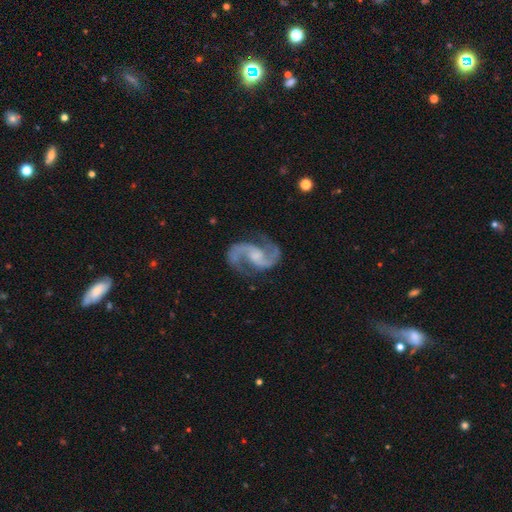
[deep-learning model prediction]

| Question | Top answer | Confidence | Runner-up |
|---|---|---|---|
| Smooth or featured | featured or disk | 93% | star or artifact (4%) |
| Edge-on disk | no | 98% | yes (2%) |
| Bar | no | 44% | weak (42%) |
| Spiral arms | yes | 98% | no (2%) |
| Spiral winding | medium | 60% | loose (29%) |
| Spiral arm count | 2 | 94% | can't tell (1%) |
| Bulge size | small | 32% | none (31%) |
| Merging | none | 79% | minor disturbance (13%) |